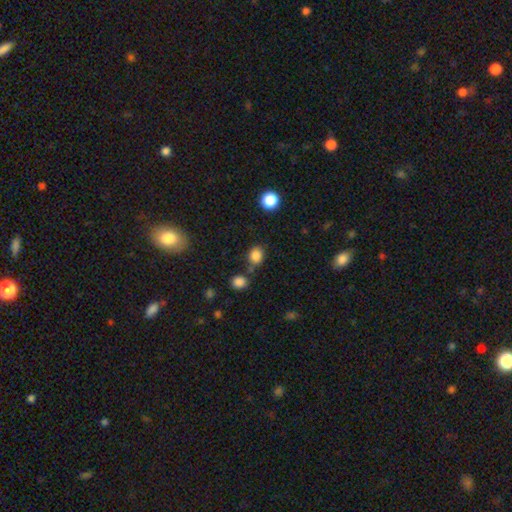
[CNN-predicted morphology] Smooth or featured: smooth — 84% (star or artifact — 11%)
How rounded: round — 61% (in between — 38%)
Merging: none — 70% (minor disturbance — 14%)